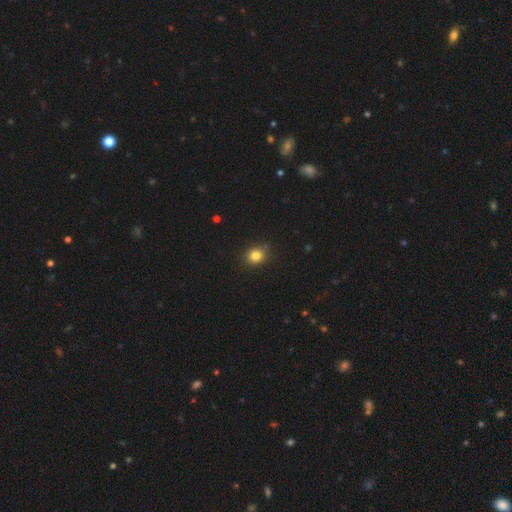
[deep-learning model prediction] Morphology: type=smooth (83%); roundness=round (75%); merging=none (84%).